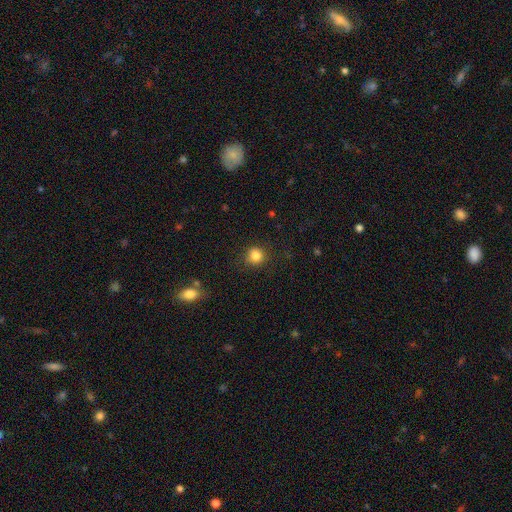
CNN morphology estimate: The model was most divided on "smooth or featured": smooth: 84%, star or artifact: 11%, featured or disk: 5%. More confident: how rounded — round (89%); merging — none (85%).